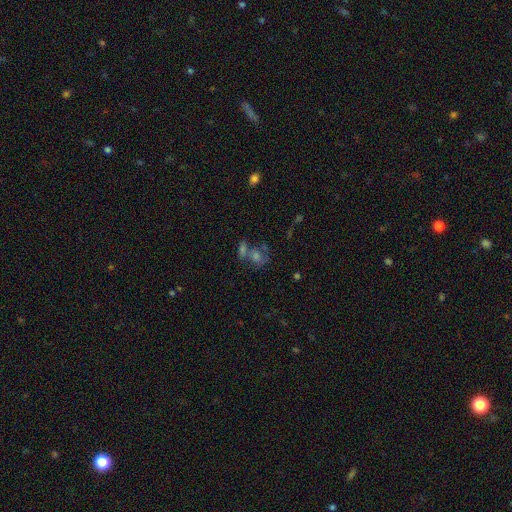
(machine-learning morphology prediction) Q: Smooth or featured?
A: featured or disk (39%); runner-up: smooth (34%)
Q: Merging?
A: merger (42%); runner-up: none (37%)